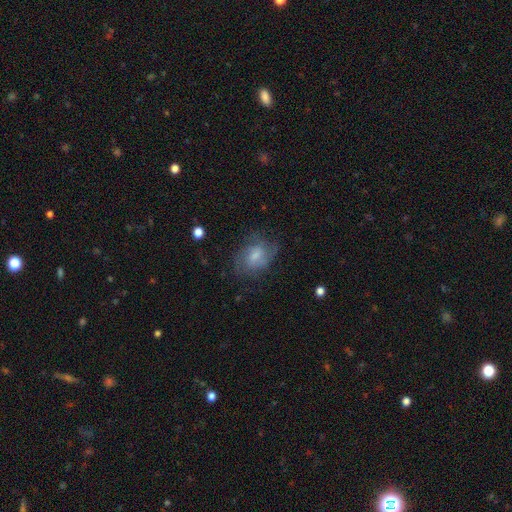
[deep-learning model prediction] Smooth or featured? Predicted: featured or disk (p=0.56). Edge-on disk? Predicted: no (p=0.96). Bar? Predicted: weak (p=0.52). Spiral arms? Predicted: yes (p=0.82). Bulge size? Predicted: small (p=0.39). Merging? Predicted: none (p=0.61).